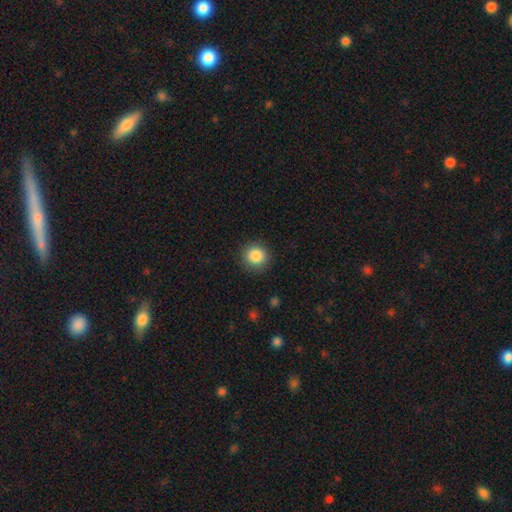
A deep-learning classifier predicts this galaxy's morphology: This is clearly a smooth galaxy (86%). How rounded: clearly round (94%). Merging: clearly none (90%).